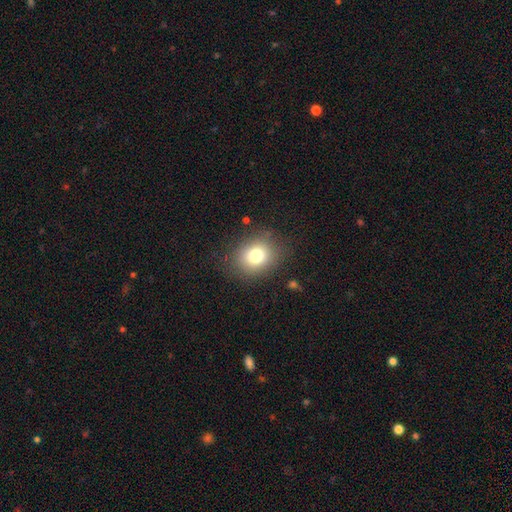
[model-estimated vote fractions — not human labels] smooth_or_featured: smooth (p=0.77) [alt: star or artifact p=0.13]
how_rounded: round (p=0.63) [alt: in between p=0.36]
merging: none (p=0.83) [alt: minor disturbance p=0.11]